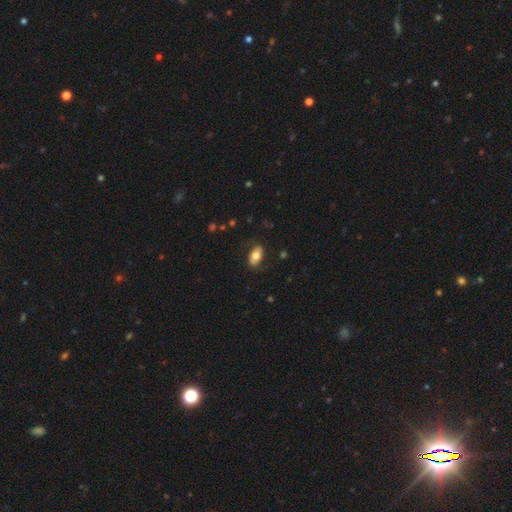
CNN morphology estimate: The model was most divided on "smooth or featured": smooth: 70%, featured or disk: 24%, star or artifact: 7%. More confident: how rounded — in between (91%); merging — none (79%).